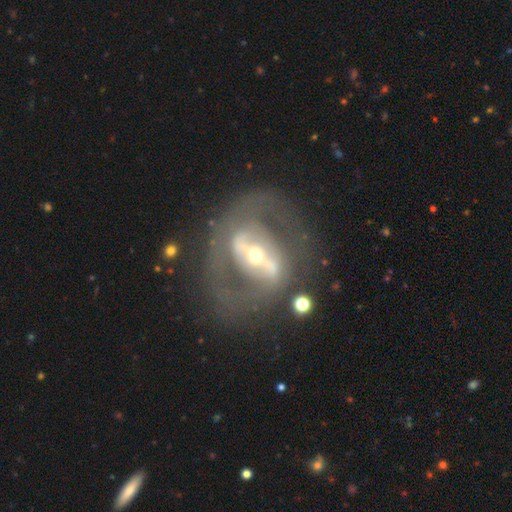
Smooth or featured? 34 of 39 (87%) said featured or disk. Edge-on disk? 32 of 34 (94%) said no. Bar? 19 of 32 (59%) said strong. Spiral arms? 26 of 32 (81%) said yes. Spiral winding? 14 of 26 (54%) said medium. Spiral arm count? 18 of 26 (69%) said 2. Bulge size? 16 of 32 (50%) said moderate. Merging? 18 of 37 (49%) said none.